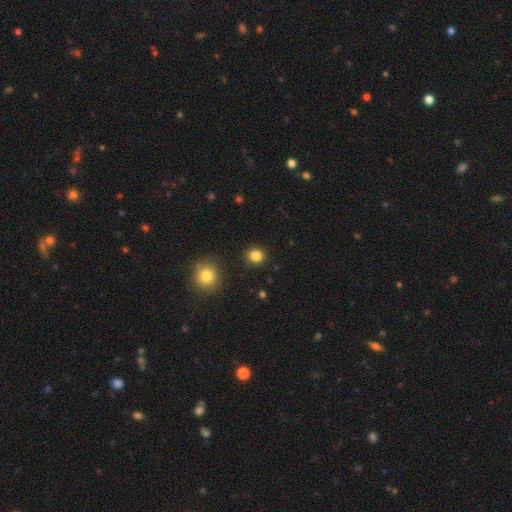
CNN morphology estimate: Overall: smooth (83%). How rounded: round (88%). Merging: none (91%).